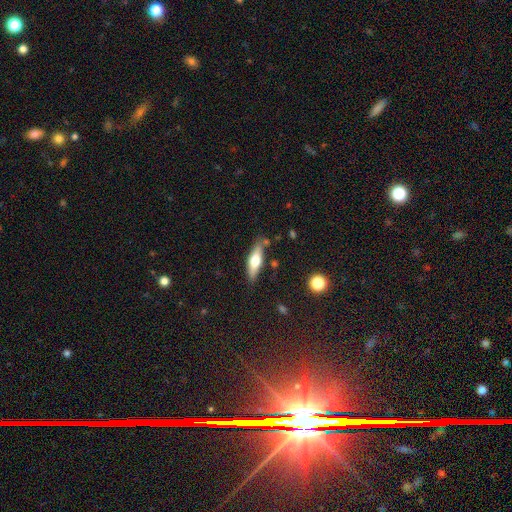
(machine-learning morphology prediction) smooth 51%, featured or disk 42%, star or artifact 6%. Down the decision tree: how rounded — cigar-shaped (57%); merging — none (79%).